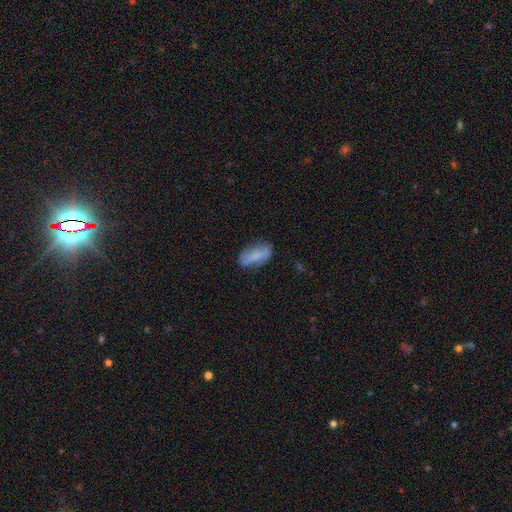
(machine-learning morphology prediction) Smooth or featured: smooth — 69% (featured or disk — 23%)
How rounded: in between — 84% (cigar-shaped — 13%)
Merging: none — 67% (minor disturbance — 24%)